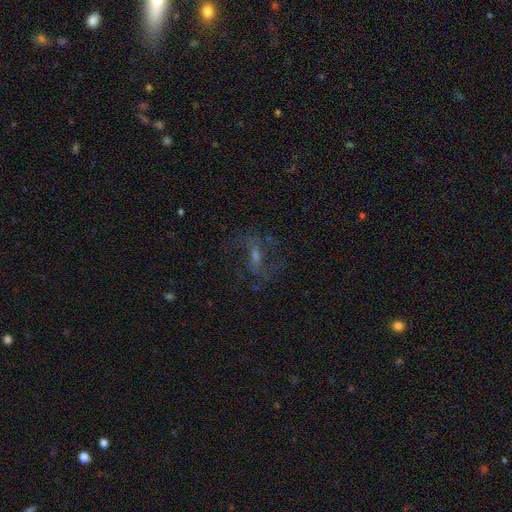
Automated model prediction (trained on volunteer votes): A featured or disk galaxy (65%) with a weak bar (47%), spiral arms (79%) and a small central bulge (41%).

Vote fractions:
- Smooth or featured? featured or disk: 65% / smooth: 19% / star or artifact: 16%
- Edge-on disk? no: 90% / yes: 10%
- Bar? weak: 47% / strong: 32% / no: 21%
- Spiral arms? yes: 79% / no: 21%
- Bulge size? small: 41% / moderate: 35% / none: 18% / large: 5% / dominant: 1%
- Merging? none: 65% / major disturbance: 18% / minor disturbance: 15% / merger: 2%